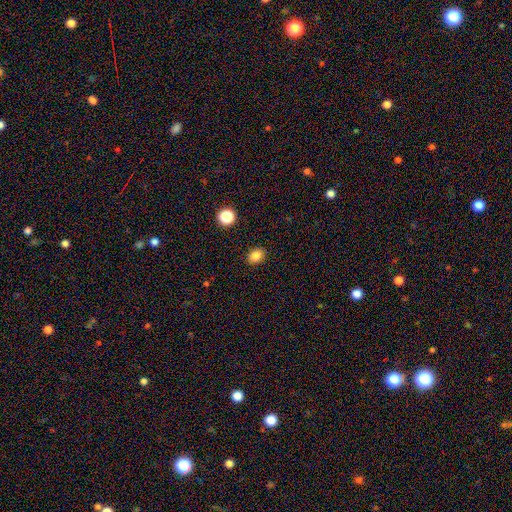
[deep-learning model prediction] A smooth galaxy with no disk features (84%) that is in between round and cigar-shaped (61%). Merging: none (89%).